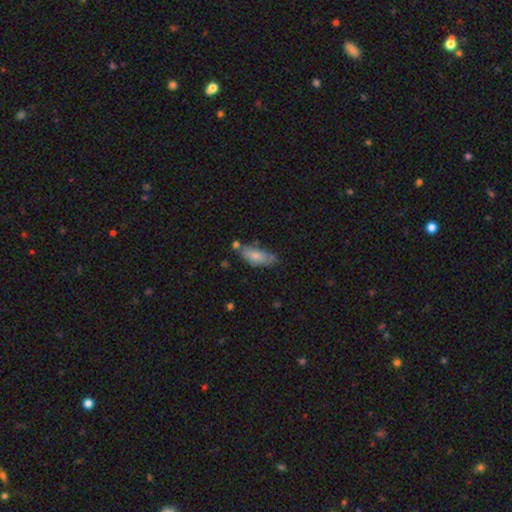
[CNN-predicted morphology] type=smooth (74%); roundness=in between (79%); merging=none (54%).